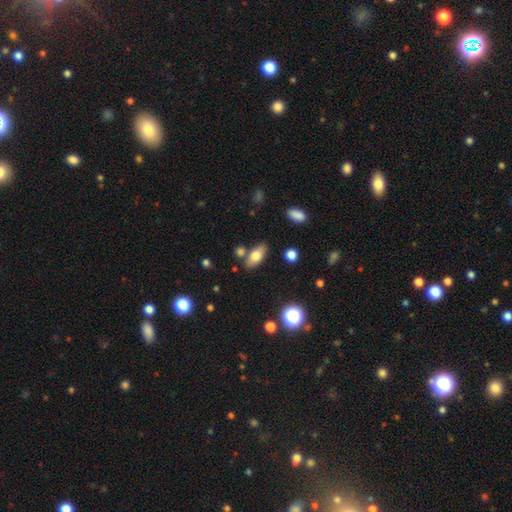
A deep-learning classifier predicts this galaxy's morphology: type=smooth (74%); roundness=in between (86%); merging=none (76%).